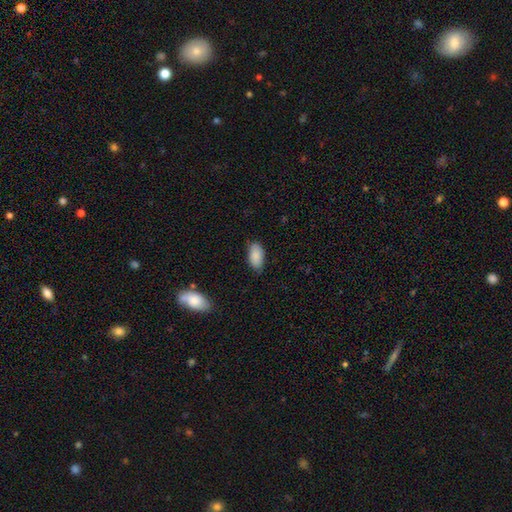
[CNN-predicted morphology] Overall: smooth (88%). How rounded: in between (94%). Merging: none (78%).